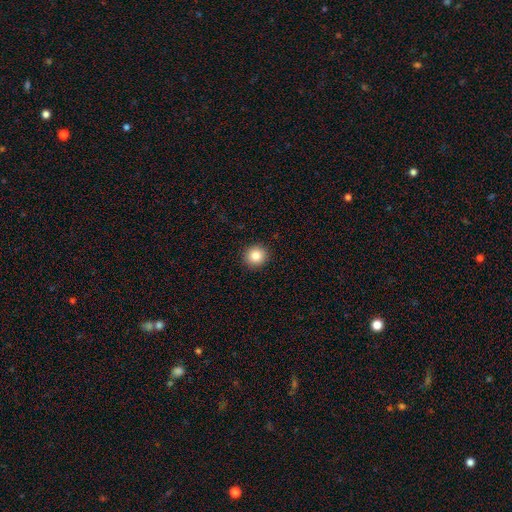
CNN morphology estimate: Q: Smooth or featured?
A: smooth (84%); runner-up: star or artifact (10%)
Q: How rounded?
A: round (92%); runner-up: in between (7%)
Q: Merging?
A: none (93%); runner-up: minor disturbance (5%)